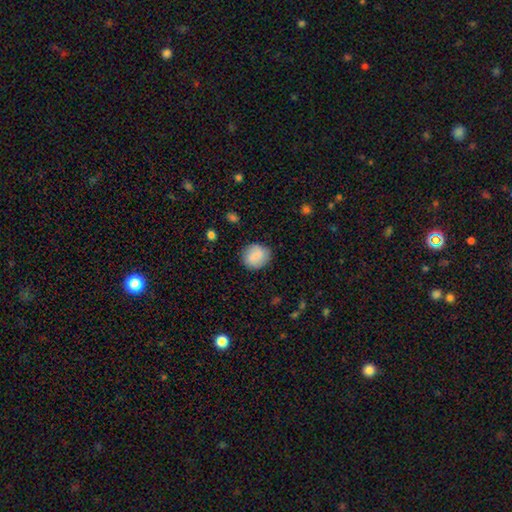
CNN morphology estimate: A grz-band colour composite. It shows a smooth galaxy with no disk features (78%) that is round (72%). Merging: none (85%).